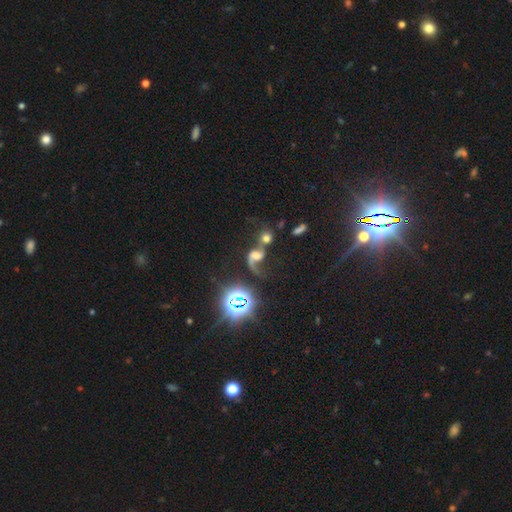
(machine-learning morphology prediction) This is possibly a featured or disk galaxy (55%). It is clearly not viewed edge-on (96%). Bar: likely no (60%). Spiral arm pattern: clearly yes (81%). Central bulge: marginally moderate (34%). Merging: possibly merger (54%).